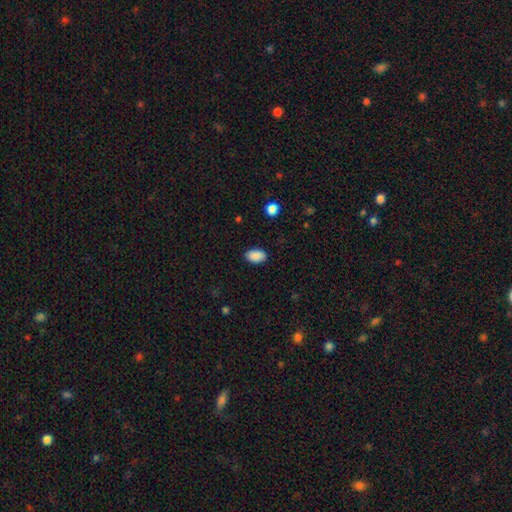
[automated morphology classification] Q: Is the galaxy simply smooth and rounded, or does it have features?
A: smooth — 90%.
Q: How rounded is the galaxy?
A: in between — 92%.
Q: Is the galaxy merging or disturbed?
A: none — 88%.